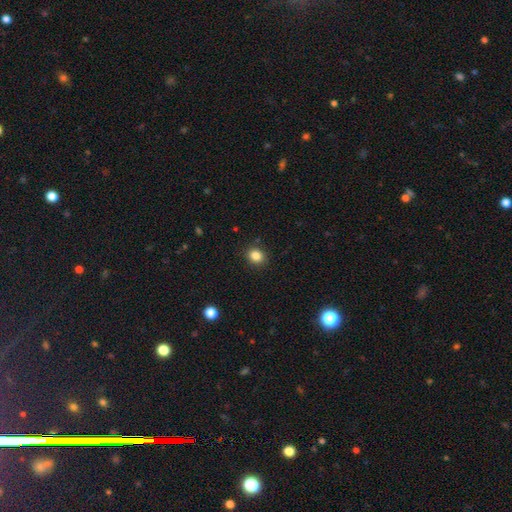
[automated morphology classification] Q: Smooth or featured?
A: smooth (84%); runner-up: star or artifact (11%)
Q: How rounded?
A: round (71%); runner-up: in between (28%)
Q: Merging?
A: none (90%); runner-up: minor disturbance (7%)